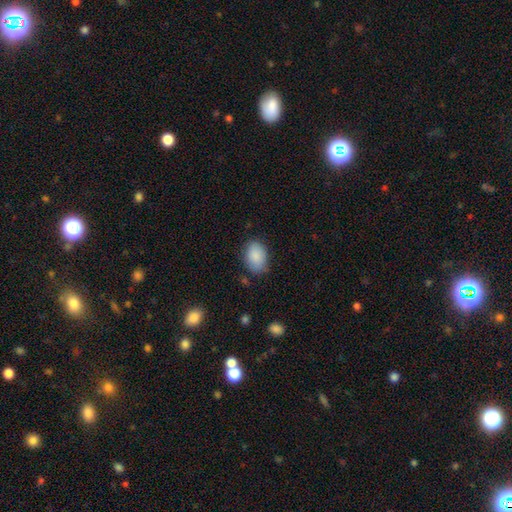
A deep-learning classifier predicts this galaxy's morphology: smooth_or_featured: smooth (p=0.88) [alt: star or artifact p=0.07]
how_rounded: in between (p=0.84) [alt: round p=0.15]
merging: none (p=0.74) [alt: minor disturbance p=0.20]